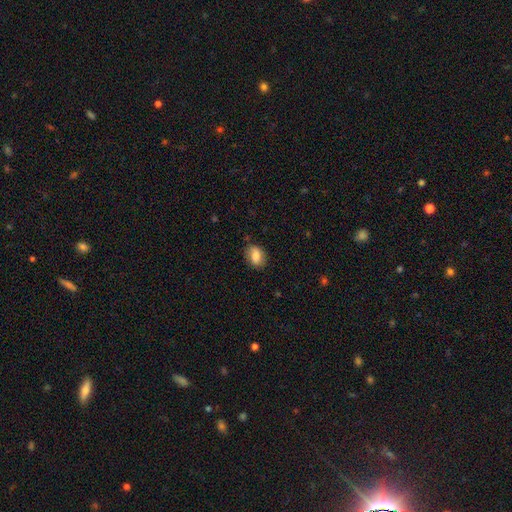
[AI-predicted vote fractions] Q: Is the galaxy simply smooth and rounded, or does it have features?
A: smooth — 81%.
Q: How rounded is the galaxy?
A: in between — 77%.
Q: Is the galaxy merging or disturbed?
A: none — 79%.